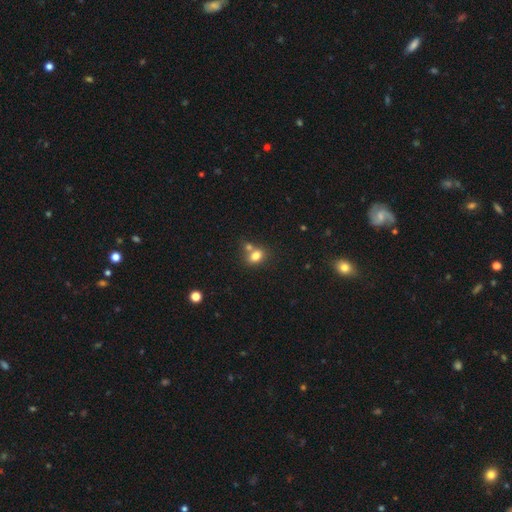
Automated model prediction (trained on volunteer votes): Smooth or featured: smooth — 78% (star or artifact — 11%)
How rounded: in between — 64% (round — 35%)
Merging: none — 47% (merger — 39%)